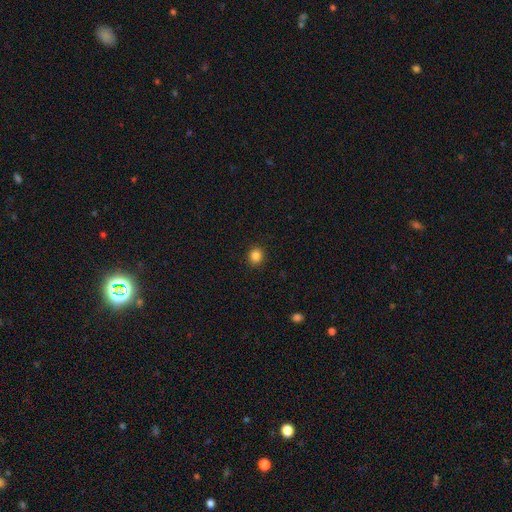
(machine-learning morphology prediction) smooth_or_featured: smooth (p=0.85) [alt: star or artifact p=0.12]
how_rounded: round (p=0.85) [alt: in between p=0.14]
merging: none (p=0.92) [alt: minor disturbance p=0.06]